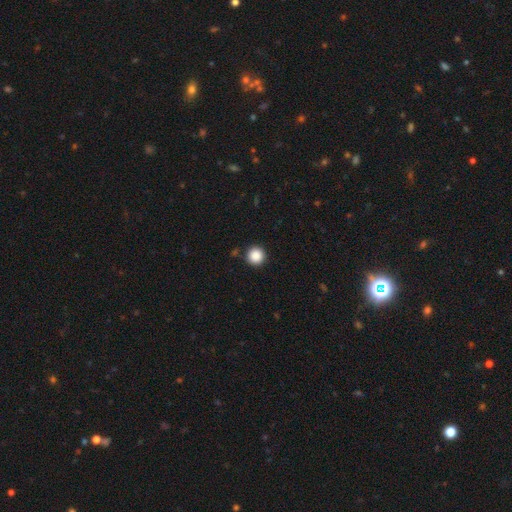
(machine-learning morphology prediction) smooth 87%, star or artifact 10%, featured or disk 3%. Down the decision tree: how rounded — round (96%); merging — none (90%).